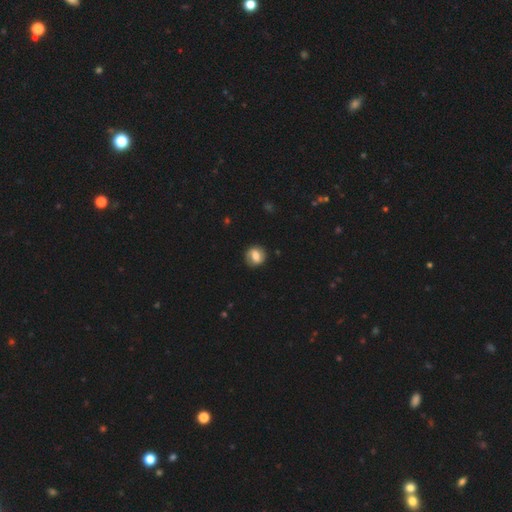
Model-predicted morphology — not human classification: This appears to be a smooth galaxy with no disk features (54%) that is round (74%). Merging: none (83%).